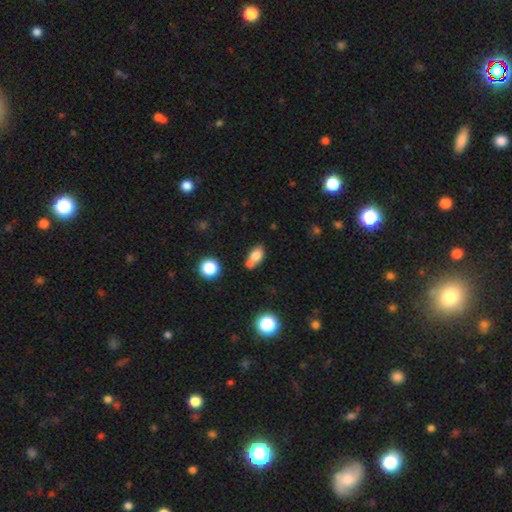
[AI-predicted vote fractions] smooth-or-featured: smooth: 76% | featured or disk: 13% | star or artifact: 11%
  how-rounded: in between: 80% | round: 17% | cigar-shaped: 3%
  merging: none: 43% | merger: 38% | minor disturbance: 14% | major disturbance: 5%